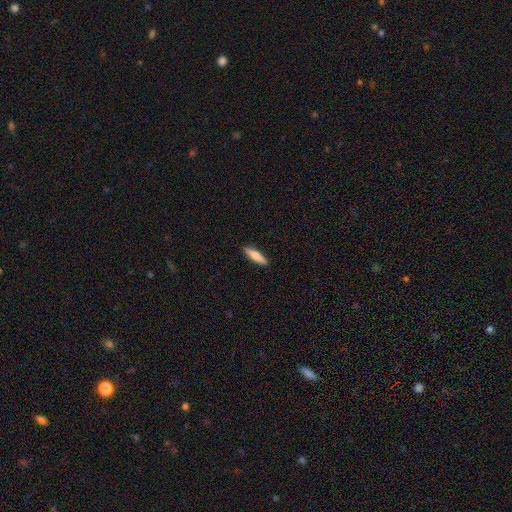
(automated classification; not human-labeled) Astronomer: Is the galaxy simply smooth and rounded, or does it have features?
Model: smooth — 64%.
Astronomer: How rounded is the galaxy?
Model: cigar-shaped — 70%.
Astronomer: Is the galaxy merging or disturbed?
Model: none — 91%.